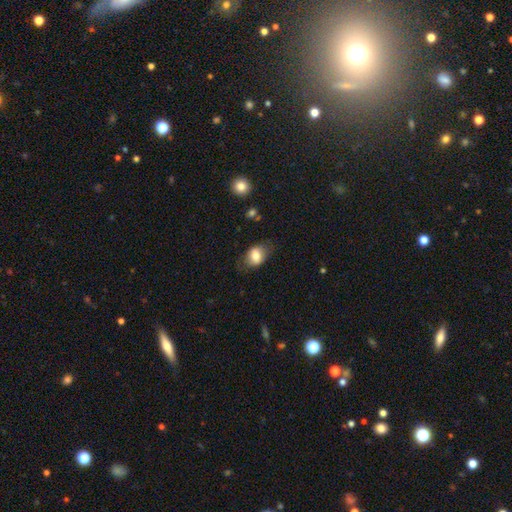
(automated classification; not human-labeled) Smooth or featured? smooth (75%)
How rounded? in between (74%)
Merging? none (69%)